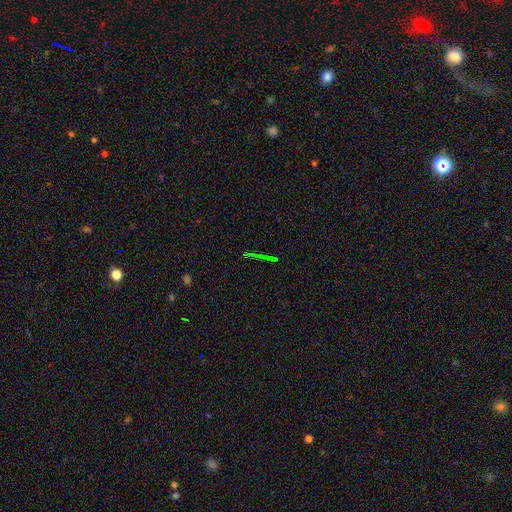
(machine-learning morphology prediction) Smooth or featured?
  - star or artifact: 66% *
  - featured or disk: 17%
  - smooth: 17%